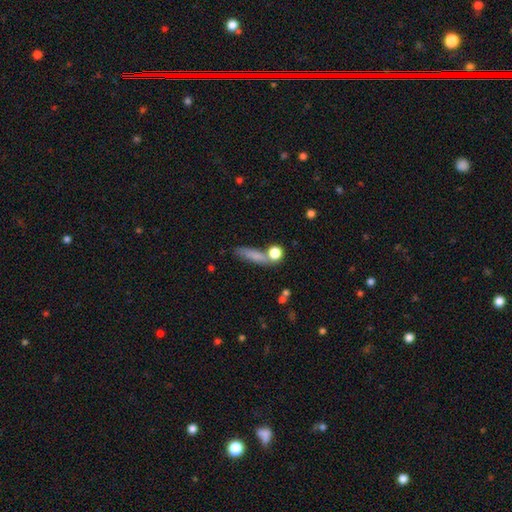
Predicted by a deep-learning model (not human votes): This is likely a smooth galaxy (73%). How rounded: likely cigar-shaped (65%). Merging: likely none (63%).